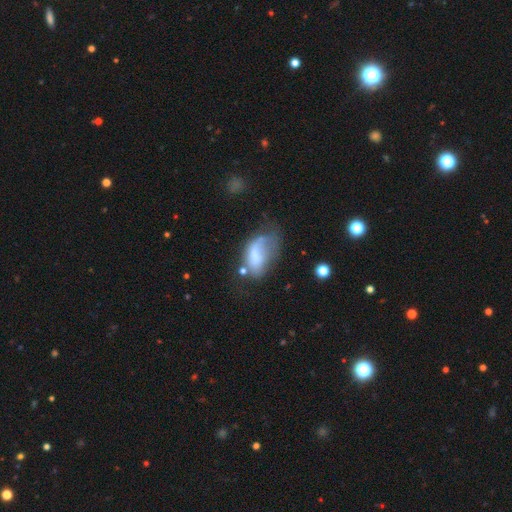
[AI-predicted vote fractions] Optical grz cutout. It shows a smooth galaxy with no disk features (57%) that is in between round and cigar-shaped (90%). Merging: major disturbance (43%).